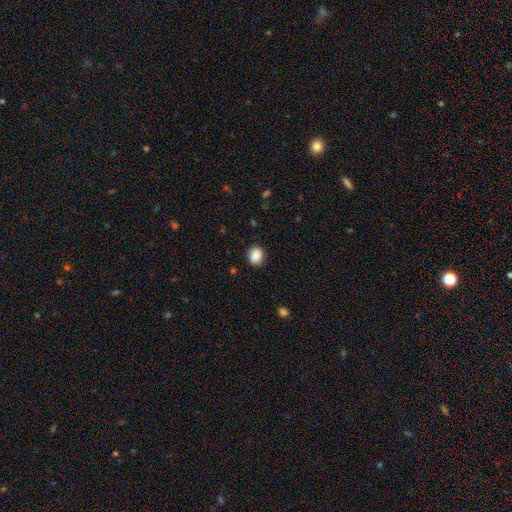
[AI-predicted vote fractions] Morphology: type=smooth (89%); roundness=round (58%); merging=none (87%).